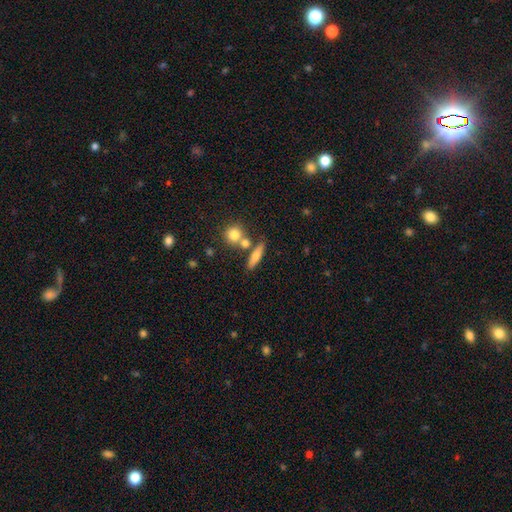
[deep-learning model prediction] Morphology: type=smooth (69%); roundness=cigar-shaped (63%); merging=none (70%).